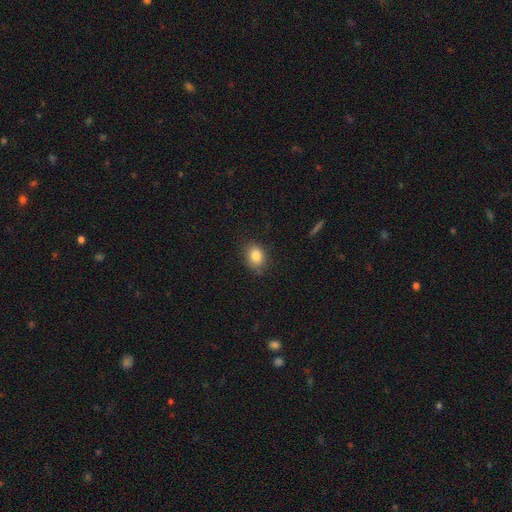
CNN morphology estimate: Smooth or featured: smooth — 84% (star or artifact — 9%)
How rounded: in between — 59% (round — 39%)
Merging: none — 78% (minor disturbance — 17%)